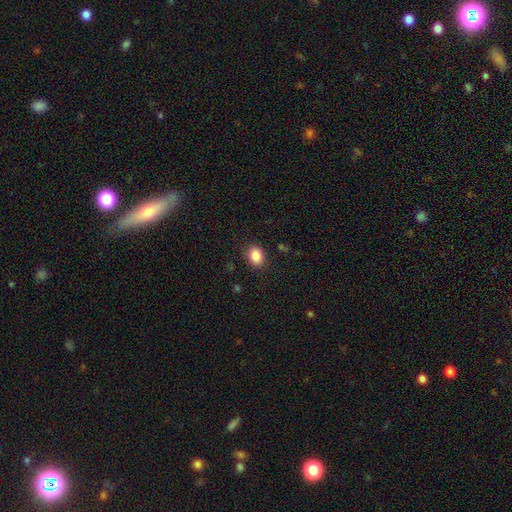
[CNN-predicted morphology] This is clearly a smooth galaxy (88%). How rounded: likely in between (70%). Merging: clearly none (85%).